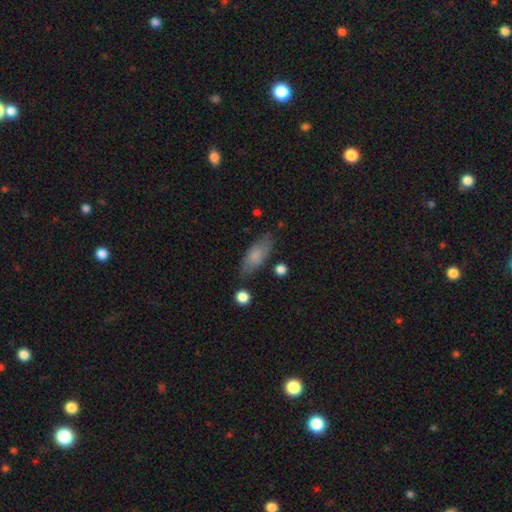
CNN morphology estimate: A smooth galaxy with no disk features (74%) that is in between round and cigar-shaped (76%).

Vote fractions:
- Smooth or featured? smooth: 74% / featured or disk: 19% / star or artifact: 7%
- How rounded? in between: 76% / cigar-shaped: 21% / round: 3%
- Merging? none: 74% / minor disturbance: 18% / major disturbance: 5% / merger: 3%